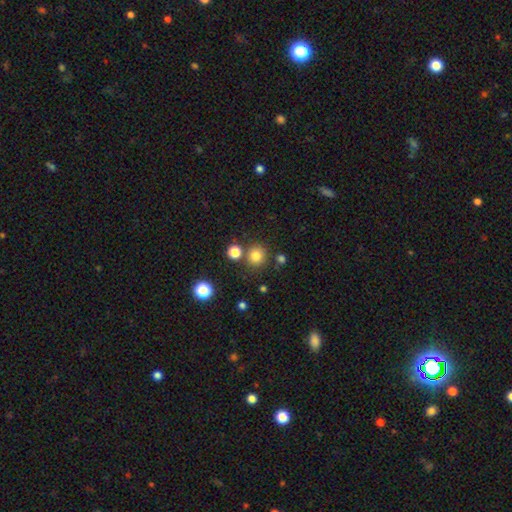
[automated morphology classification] The model was most divided on "smooth or featured": smooth: 80%, star or artifact: 14%, featured or disk: 5%. More confident: how rounded — round (92%); merging — none (79%).